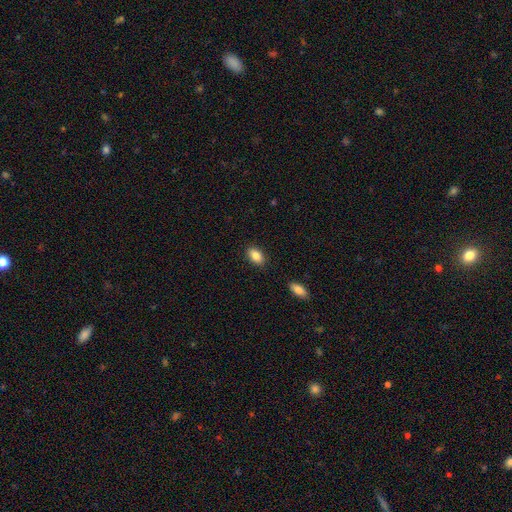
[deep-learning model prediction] This appears to be a smooth galaxy with no disk features (86%) that is in between round and cigar-shaped (89%). Merging: none (87%).